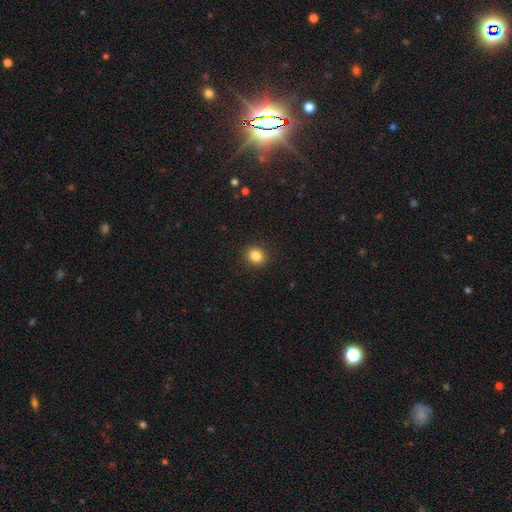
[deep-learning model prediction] Smooth or featured?
  - smooth: 85% *
  - star or artifact: 11%
  - featured or disk: 5%
How rounded?
  - round: 74% *
  - in between: 25%
  - cigar-shaped: 1%
Merging?
  - none: 91% *
  - minor disturbance: 6%
  - major disturbance: 2%
  - merger: 1%